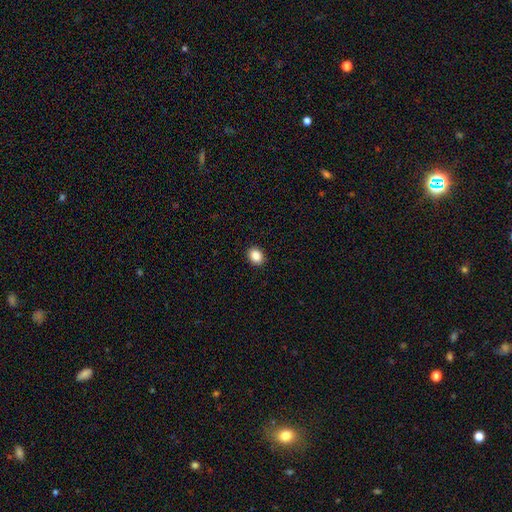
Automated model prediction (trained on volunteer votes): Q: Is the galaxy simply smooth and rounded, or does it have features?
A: smooth — 87%.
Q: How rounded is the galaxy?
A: in between — 52%.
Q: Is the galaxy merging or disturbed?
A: none — 92%.